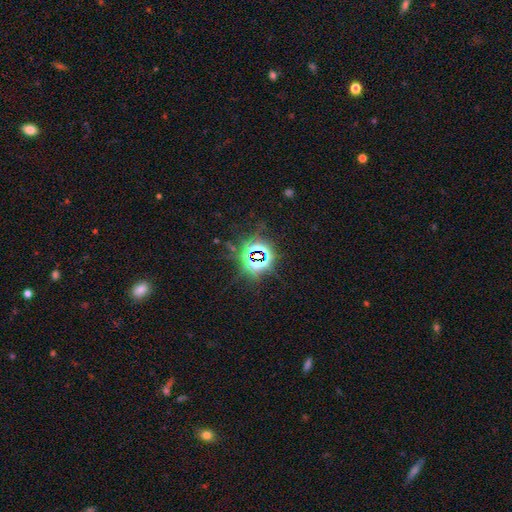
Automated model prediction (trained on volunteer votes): Morphology: type=star or artifact (81%).